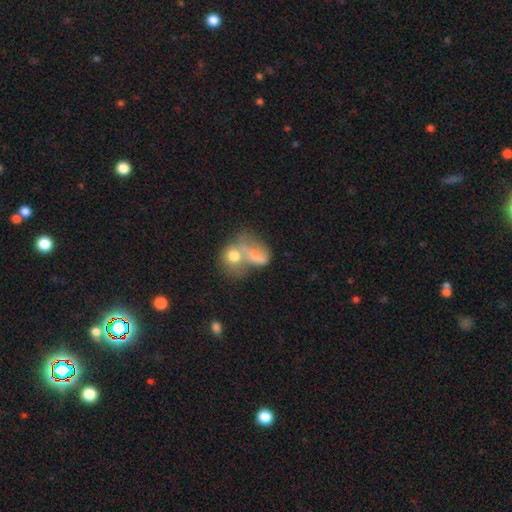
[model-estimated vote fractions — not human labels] Smooth or featured?
  - smooth: 62% *
  - featured or disk: 26%
  - star or artifact: 12%
How rounded?
  - in between: 66% *
  - round: 31%
  - cigar-shaped: 3%
Merging?
  - merger: 57% *
  - major disturbance: 18%
  - none: 15%
  - minor disturbance: 10%